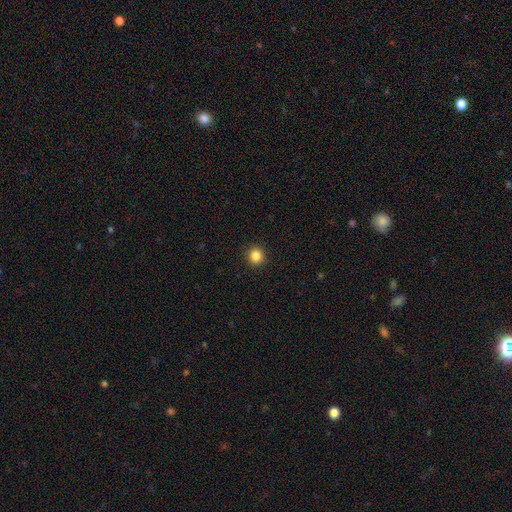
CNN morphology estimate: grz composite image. It shows a smooth galaxy with no disk features (85%) that is round (92%). Merging: none (92%).